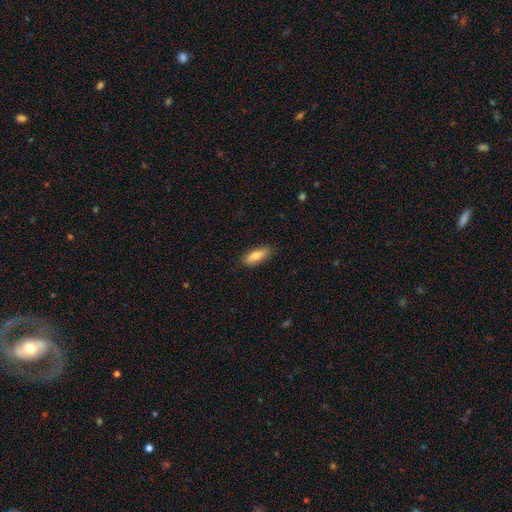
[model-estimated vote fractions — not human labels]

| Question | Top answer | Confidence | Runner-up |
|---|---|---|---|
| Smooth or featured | smooth | 75% | featured or disk (19%) |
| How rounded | in between | 65% | cigar-shaped (33%) |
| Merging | none | 85% | minor disturbance (12%) |